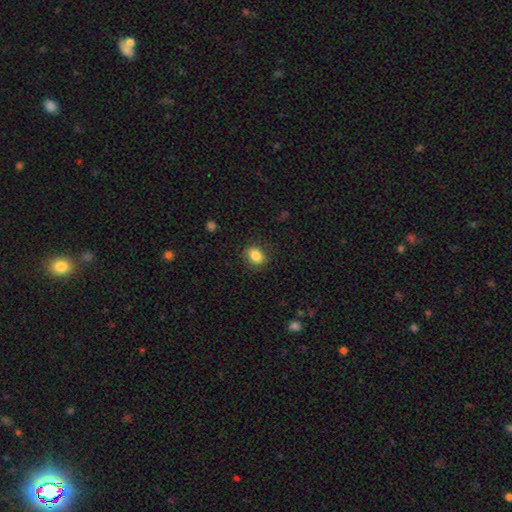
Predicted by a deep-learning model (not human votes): smooth 85%, star or artifact 9%, featured or disk 5%. Down the decision tree: how rounded — in between (58%); merging — none (84%).